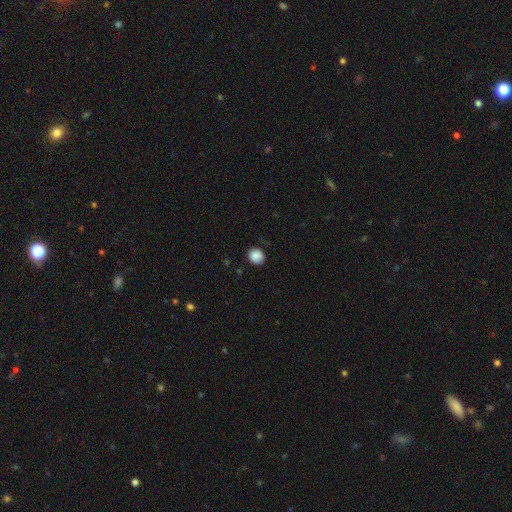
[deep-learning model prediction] Smooth or featured: smooth — 88% (star or artifact — 9%)
How rounded: round — 72% (in between — 27%)
Merging: none — 83% (minor disturbance — 13%)